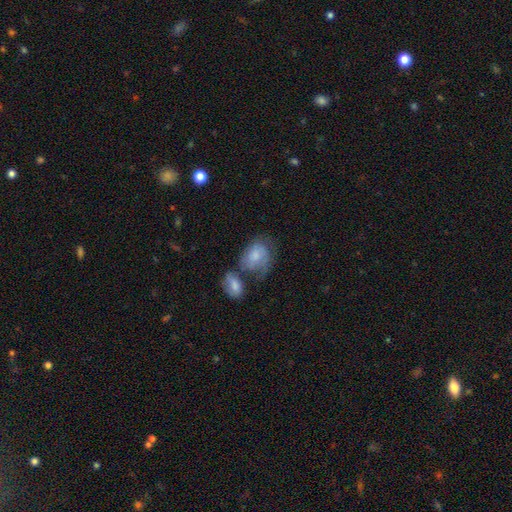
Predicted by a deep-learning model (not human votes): The model was most divided on "merging": none: 30%, merger: 27%, minor disturbance: 24%, major disturbance: 19%. More confident: how rounded — in between (66%); smooth or featured — smooth (64%).